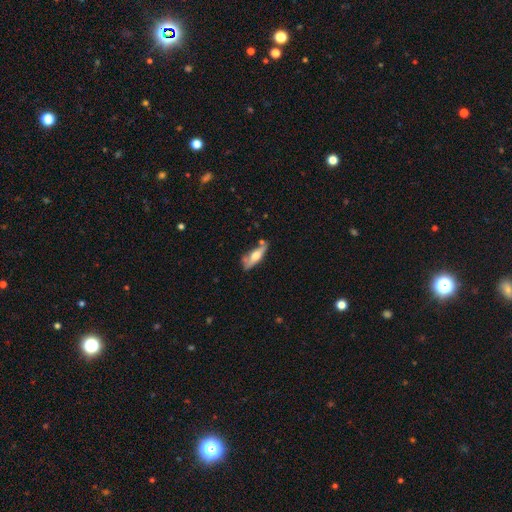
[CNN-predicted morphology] smooth-or-featured: featured or disk: 52% | smooth: 42% | star or artifact: 6%
  disk-edge-on: yes: 83% | no: 17%
  merging: none: 64% | minor disturbance: 21% | merger: 9% | major disturbance: 6%